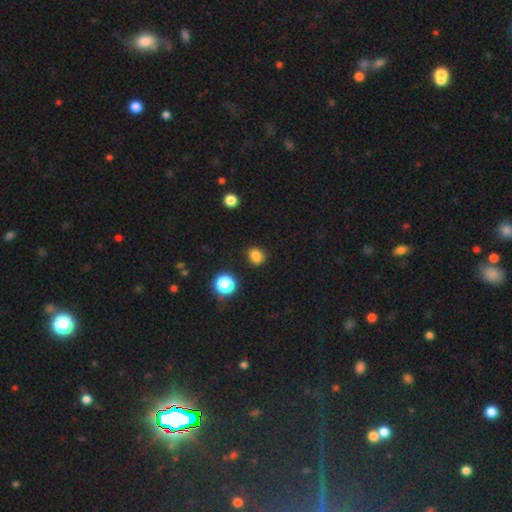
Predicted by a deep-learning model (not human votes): Smooth or featured? Predicted: smooth (p=0.81). How rounded? Predicted: round (p=0.55). Merging? Predicted: none (p=0.80).